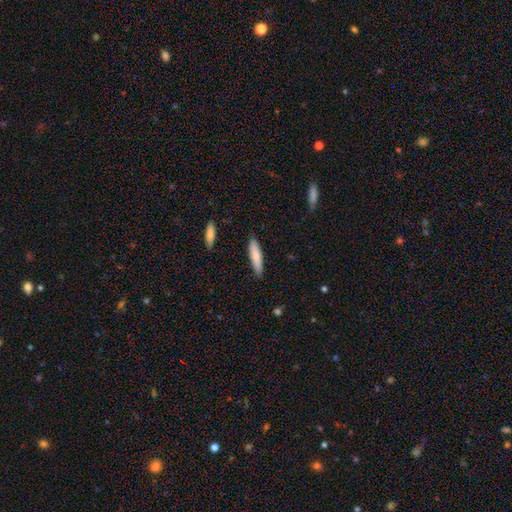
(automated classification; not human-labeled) Morphology: type=smooth (82%); roundness=cigar-shaped (77%); merging=none (87%).